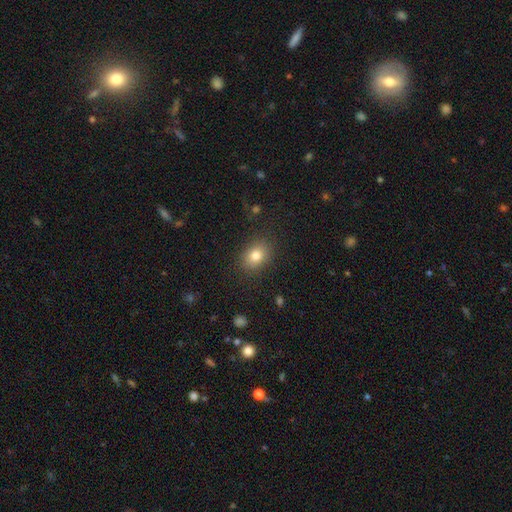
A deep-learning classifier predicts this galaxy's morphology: Smooth or featured?
  - smooth: 80% *
  - star or artifact: 11%
  - featured or disk: 9%
How rounded?
  - in between: 60% *
  - round: 39%
  - cigar-shaped: 1%
Merging?
  - none: 86% *
  - minor disturbance: 10%
  - major disturbance: 3%
  - merger: 1%